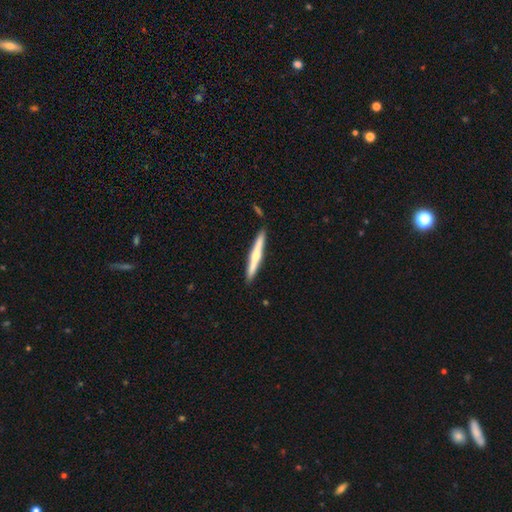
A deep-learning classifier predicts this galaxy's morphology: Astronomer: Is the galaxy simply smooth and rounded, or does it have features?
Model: featured or disk — 54% (runner-up: smooth, 41%).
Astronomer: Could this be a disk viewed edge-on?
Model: yes — 97%.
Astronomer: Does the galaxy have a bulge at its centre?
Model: rounded — 76%.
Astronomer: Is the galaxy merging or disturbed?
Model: none — 90%.